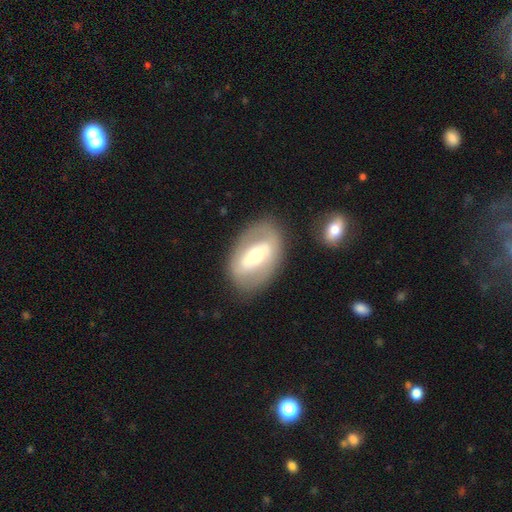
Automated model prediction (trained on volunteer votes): The model was most divided on "bar": strong: 43%, weak: 31%, no: 26%. More confident: edge-on disk — no (91%); merging — none (77%); bulge size — moderate (65%); spiral arms — no (64%); smooth or featured — featured or disk (61%).